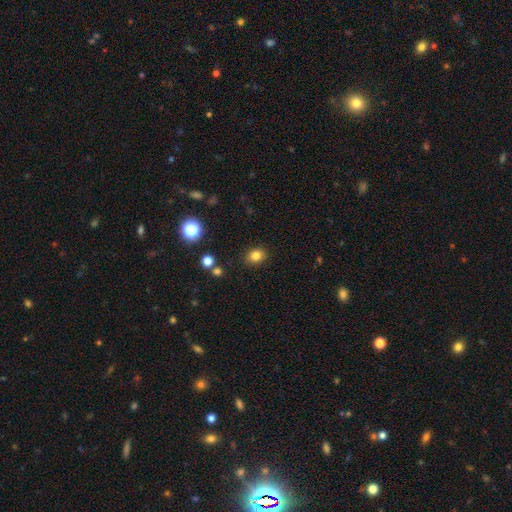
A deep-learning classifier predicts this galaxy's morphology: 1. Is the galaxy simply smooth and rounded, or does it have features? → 82% smooth, 12% star or artifact, 6% featured or disk.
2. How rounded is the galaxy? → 51% round, 48% in between, 1% cigar-shaped.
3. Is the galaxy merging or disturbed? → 87% none, 9% minor disturbance, 2% major disturbance, 2% merger.